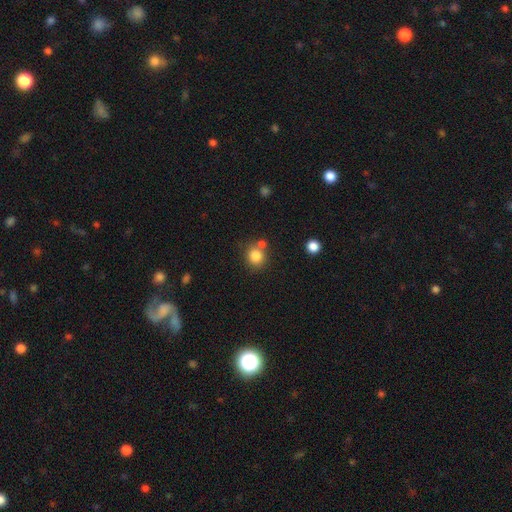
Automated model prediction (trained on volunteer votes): Smooth or featured? Predicted: smooth (p=0.83). How rounded? Predicted: round (p=0.85). Merging? Predicted: none (p=0.66).